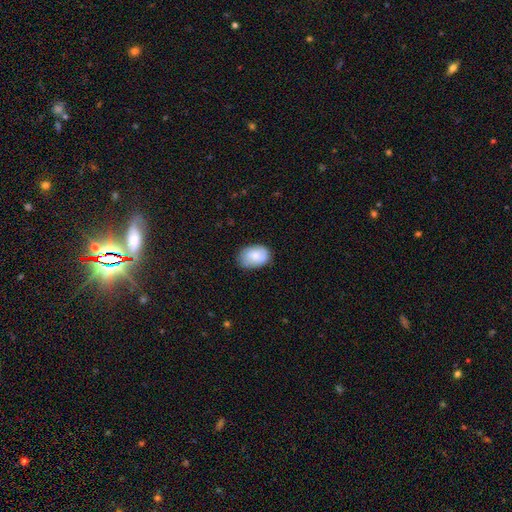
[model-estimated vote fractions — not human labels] Smooth or featured: smooth — 76% (featured or disk — 18%)
How rounded: in between — 83% (round — 16%)
Merging: none — 73% (minor disturbance — 22%)